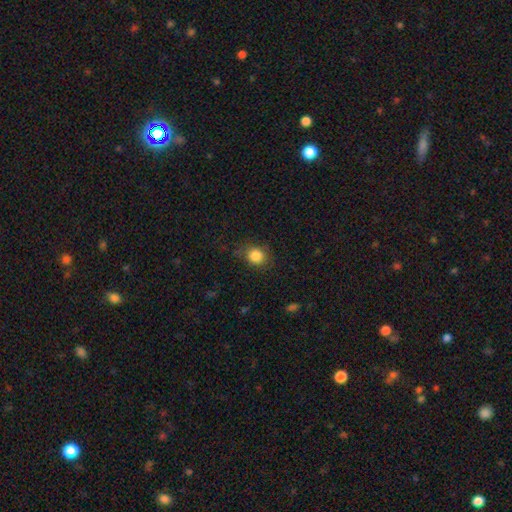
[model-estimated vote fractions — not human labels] smooth_or_featured: smooth (p=0.85) [alt: star or artifact p=0.10]
how_rounded: round (p=0.79) [alt: in between p=0.20]
merging: none (p=0.76) [alt: minor disturbance p=0.17]